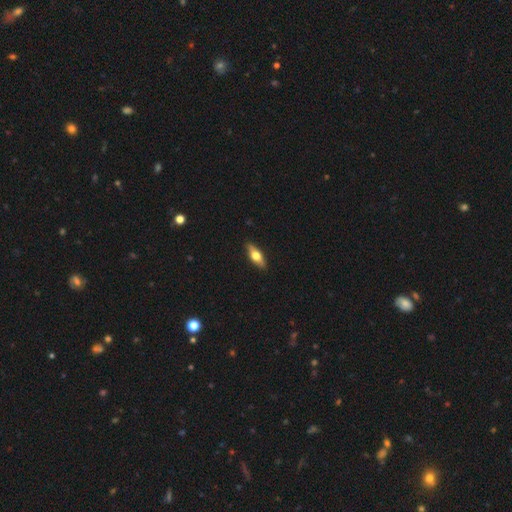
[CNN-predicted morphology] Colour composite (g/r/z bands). It shows a smooth galaxy with no disk features (51%) that is in between round and cigar-shaped (62%). Merging: none (89%).